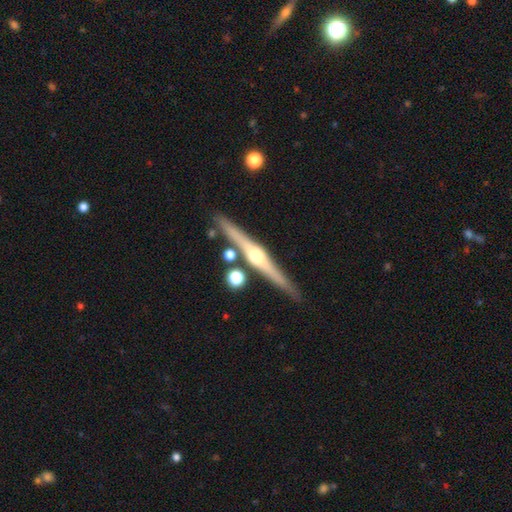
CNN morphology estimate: Smooth or featured: featured or disk — 80% (smooth — 15%)
Edge-on disk: yes — 98% (no — 2%)
Edge-on bulge: rounded — 93% (boxy — 4%)
Merging: none — 85% (minor disturbance — 8%)